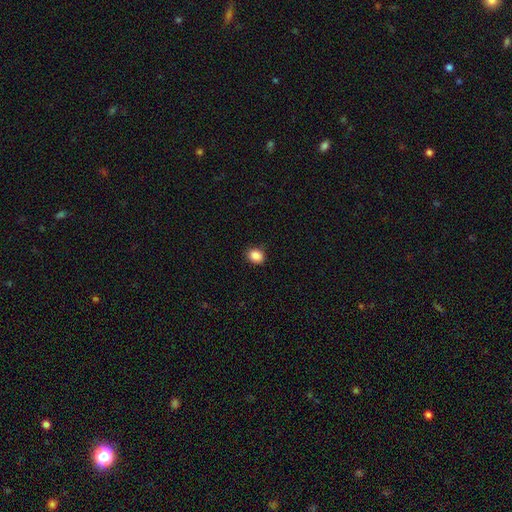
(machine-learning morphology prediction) Q: Smooth or featured?
A: smooth (88%); runner-up: star or artifact (9%)
Q: How rounded?
A: round (56%); runner-up: in between (43%)
Q: Merging?
A: none (87%); runner-up: minor disturbance (10%)